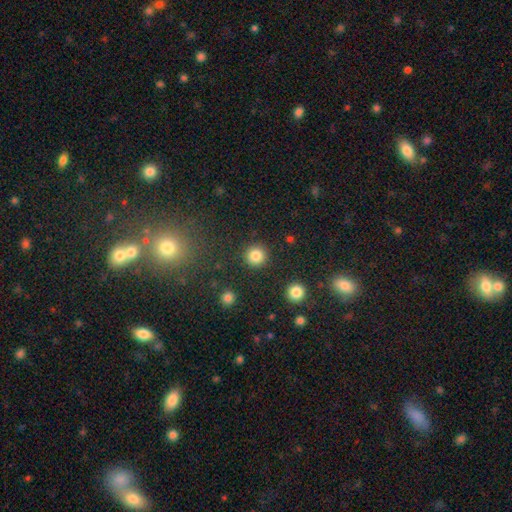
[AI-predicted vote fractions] A smooth galaxy with no disk features (84%) that is round (95%). Merging: none (91%).